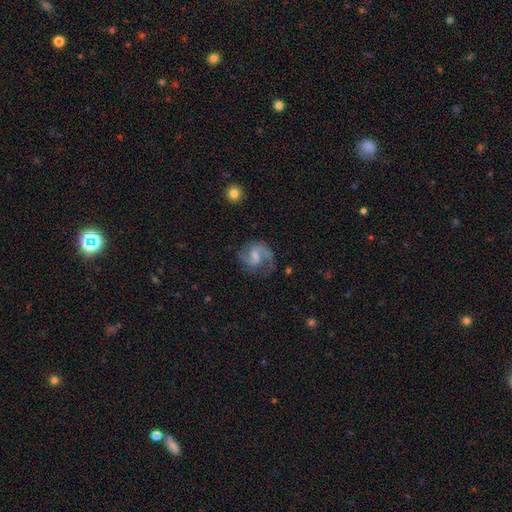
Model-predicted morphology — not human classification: smooth-or-featured: featured or disk: 85% | smooth: 10% | star or artifact: 6%
  disk-edge-on: no: 98% | yes: 2%
    bar: weak: 59% | no: 23% | strong: 18%
    has-spiral-arms: yes: 96% | no: 4%
      spiral-winding: medium: 55% | loose: 30% | tight: 15%
      spiral-arm-count: 2: 86% | 1: 6% | can't tell: 3% | 3: 2% | 4: 1% | more than 4: 1%
    bulge-size: small: 42% | moderate: 31% | none: 23% | large: 3% | dominant: 1%
  merging: none: 70% | minor disturbance: 18% | major disturbance: 11% | merger: 2%